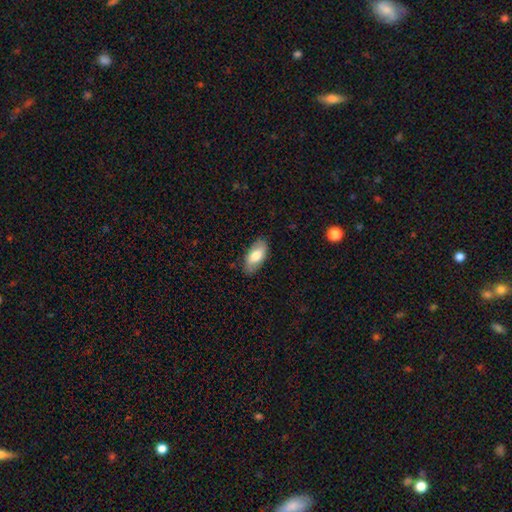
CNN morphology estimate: smooth_or_featured: smooth (p=0.73) [alt: featured or disk p=0.21]
how_rounded: in between (p=0.91) [alt: cigar-shaped p=0.06]
merging: none (p=0.83) [alt: minor disturbance p=0.13]